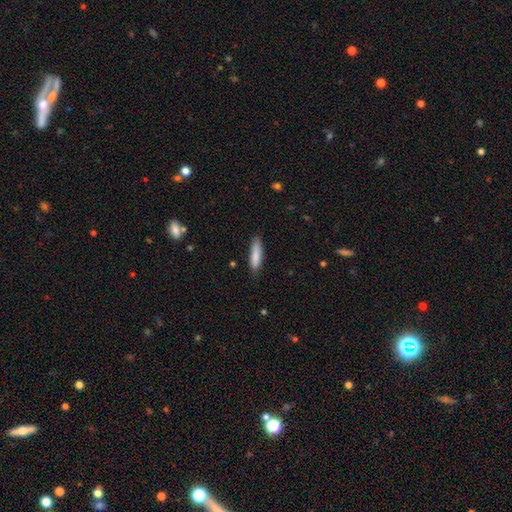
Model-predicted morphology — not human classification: This is clearly a smooth galaxy (84%). How rounded: likely cigar-shaped (72%). Merging: clearly none (83%).